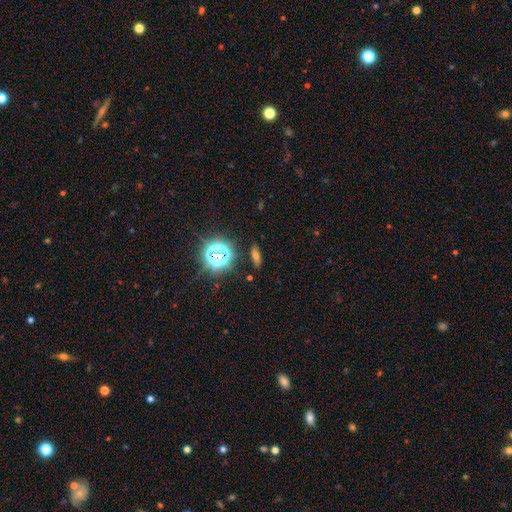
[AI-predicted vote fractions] smooth_or_featured: smooth (p=0.48) [alt: star or artifact p=0.33]
merging: none (p=0.85) [alt: minor disturbance p=0.10]